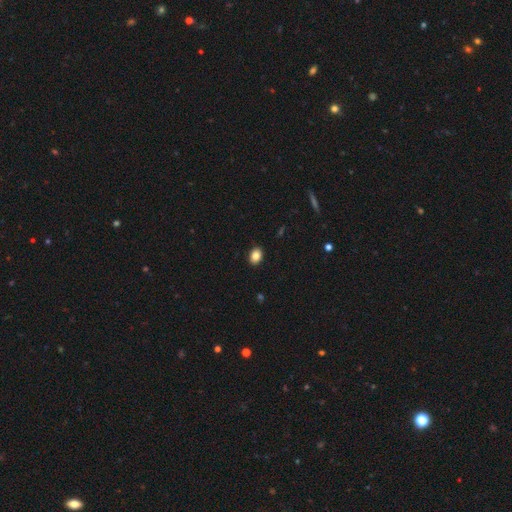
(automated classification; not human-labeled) This is clearly a smooth galaxy (86%). How rounded: likely in between (67%). Merging: clearly none (90%).